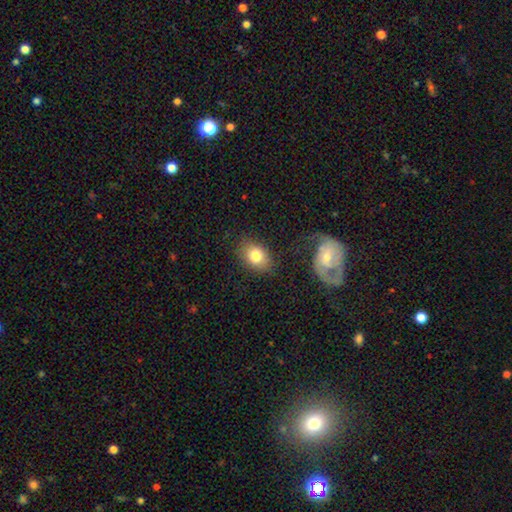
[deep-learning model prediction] Morphology: type=smooth (80%); roundness=in between (73%); merging=none (77%).